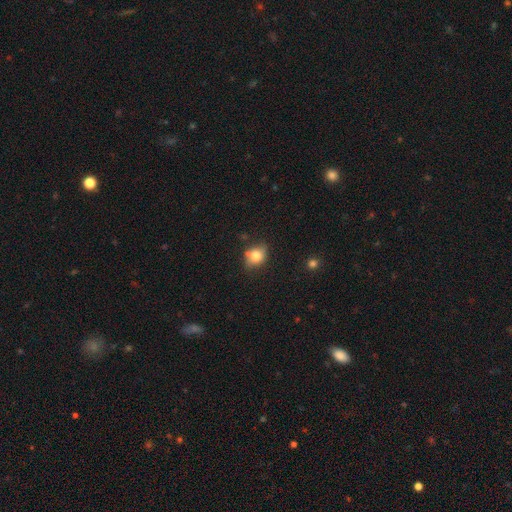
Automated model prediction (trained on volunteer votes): Smooth or featured: smooth — 76% (featured or disk — 14%)
How rounded: in between — 50% (round — 49%)
Merging: none — 66% (minor disturbance — 24%)